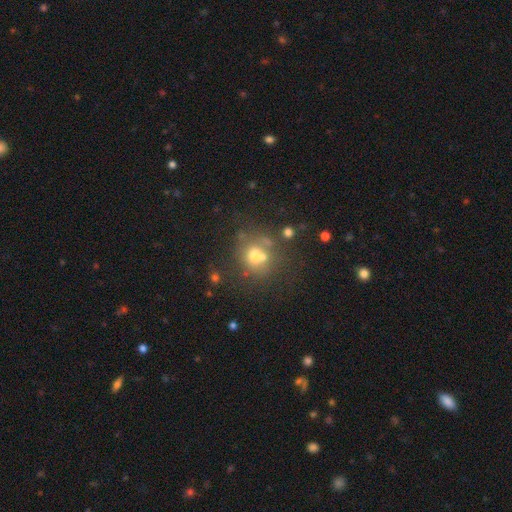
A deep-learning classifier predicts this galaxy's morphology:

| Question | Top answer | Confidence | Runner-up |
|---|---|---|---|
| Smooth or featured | smooth | 63% | featured or disk (20%) |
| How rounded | round | 82% | in between (17%) |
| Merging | none | 52% | merger (29%) |